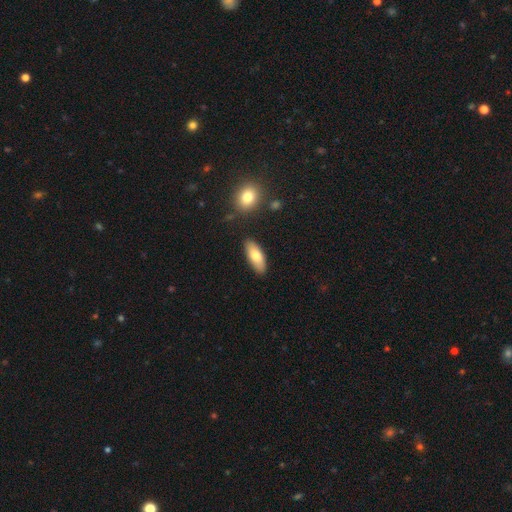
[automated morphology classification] This is likely a smooth galaxy (77%). How rounded: likely in between (77%). Merging: clearly none (86%).